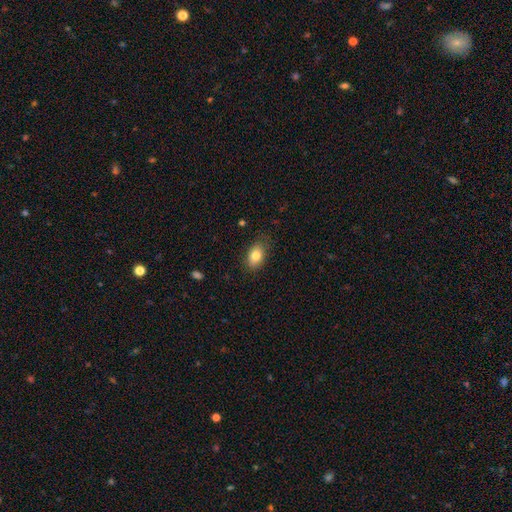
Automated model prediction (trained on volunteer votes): This is clearly a smooth galaxy (81%). How rounded: clearly in between (86%). Merging: clearly none (81%).